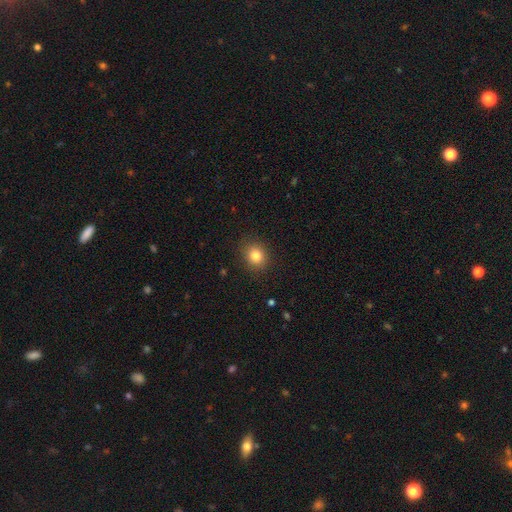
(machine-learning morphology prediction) Smooth or featured: smooth — 82% (star or artifact — 11%)
How rounded: round — 73% (in between — 26%)
Merging: none — 88% (minor disturbance — 8%)